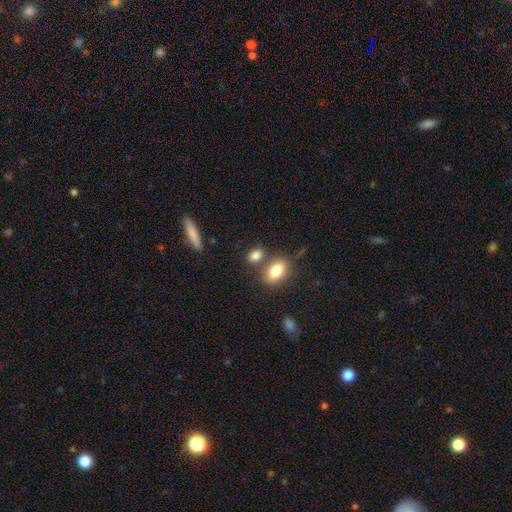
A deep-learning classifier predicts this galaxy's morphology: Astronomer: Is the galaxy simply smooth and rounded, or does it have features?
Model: smooth — 83%.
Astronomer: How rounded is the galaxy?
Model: in between — 76%.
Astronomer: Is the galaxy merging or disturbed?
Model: none — 63%.